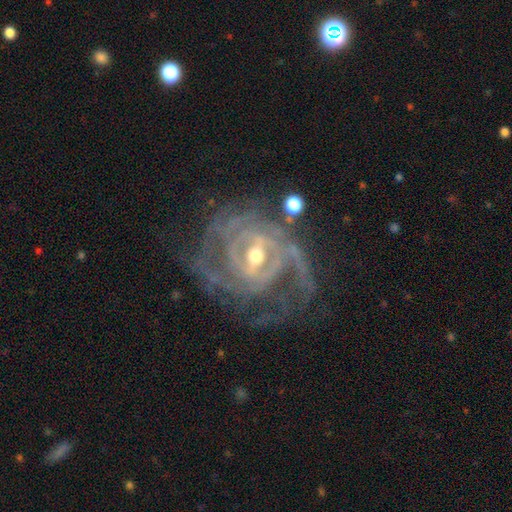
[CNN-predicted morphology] Overall: featured or disk (90%). Edge-on disk: no (96%). Bar: weak (44%; strong 39%). Spiral arms: yes (96%). Spiral arm count: can't tell (28%; 3 22%). Spiral winding: tight (65%; medium 28%). Bulge size: moderate (56%; small 39%). Merging: none (60%).